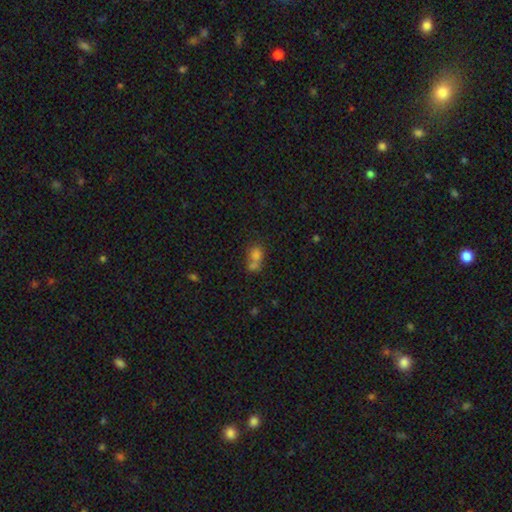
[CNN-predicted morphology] A smooth galaxy with no disk features (70%) that is round (64%).

Vote fractions:
- Smooth or featured? smooth: 70% / star or artifact: 17% / featured or disk: 13%
- How rounded? round: 64% / in between: 34% / cigar-shaped: 2%
- Merging? merger: 57% / none: 31% / minor disturbance: 8% / major disturbance: 4%